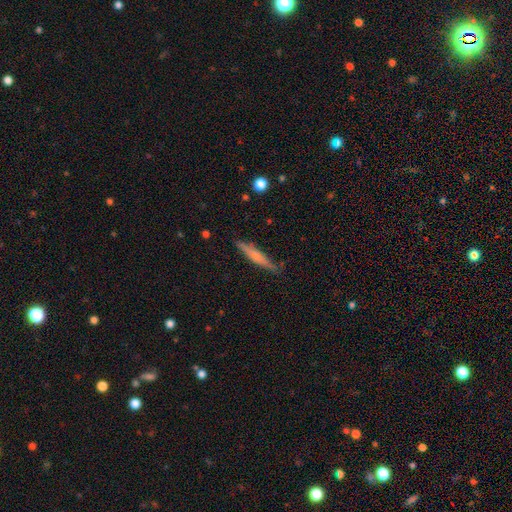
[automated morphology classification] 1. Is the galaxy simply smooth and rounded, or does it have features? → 53% smooth, 41% featured or disk, 6% star or artifact.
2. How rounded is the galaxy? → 93% cigar-shaped, 6% in between, 2% round.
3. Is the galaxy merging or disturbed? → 84% none, 12% minor disturbance, 2% major disturbance, 2% merger.